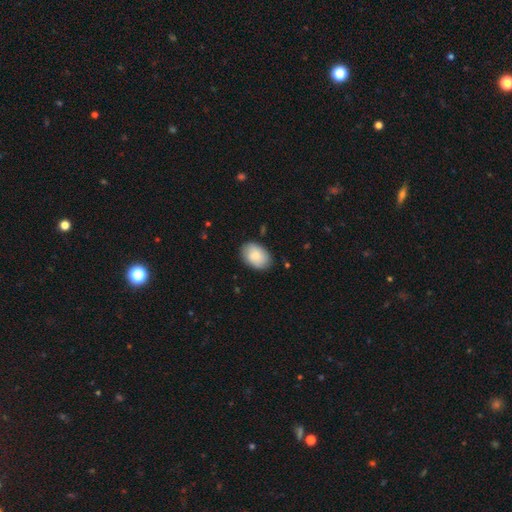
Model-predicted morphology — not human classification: A smooth galaxy with no disk features (83%) that is in between round and cigar-shaped (83%).

Vote fractions:
- Smooth or featured? smooth: 83% / featured or disk: 11% / star or artifact: 6%
- How rounded? in between: 83% / round: 16% / cigar-shaped: 1%
- Merging? none: 84% / minor disturbance: 12% / major disturbance: 2% / merger: 1%